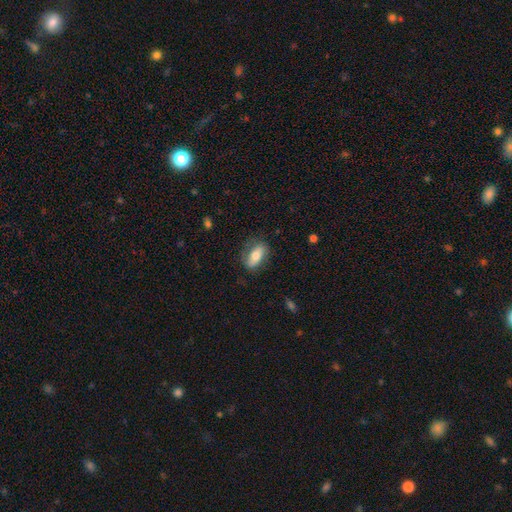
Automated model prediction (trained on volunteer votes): smooth-or-featured: smooth: 65% | featured or disk: 28% | star or artifact: 7%
  how-rounded: in between: 84% | cigar-shaped: 11% | round: 5%
  merging: none: 72% | minor disturbance: 19% | major disturbance: 7% | merger: 1%